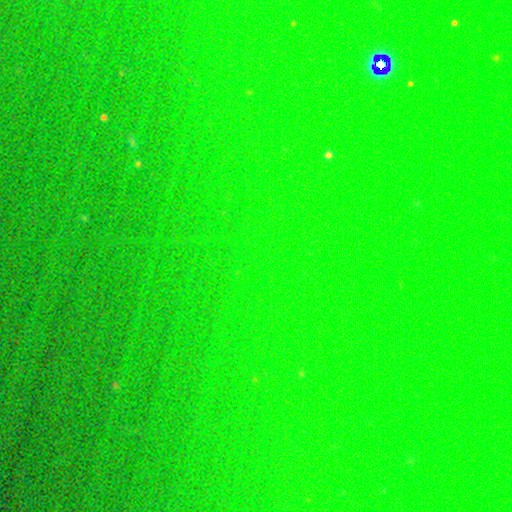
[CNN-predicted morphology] Overall: star or artifact (78%).